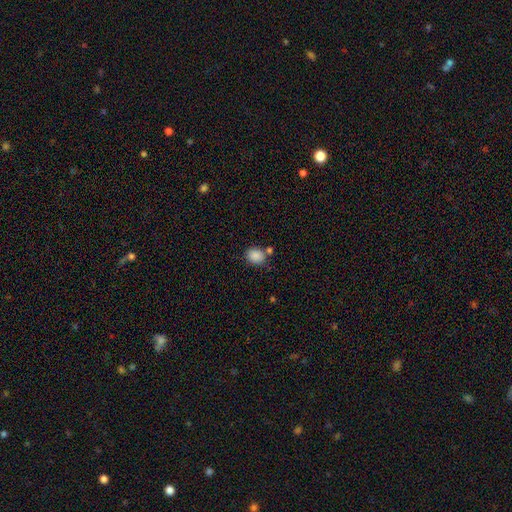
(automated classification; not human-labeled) Smooth or featured?
  - smooth: 87% *
  - star or artifact: 9%
  - featured or disk: 4%
How rounded?
  - round: 52% *
  - in between: 47%
  - cigar-shaped: 1%
Merging?
  - none: 69% *
  - merger: 14%
  - minor disturbance: 13%
  - major disturbance: 4%